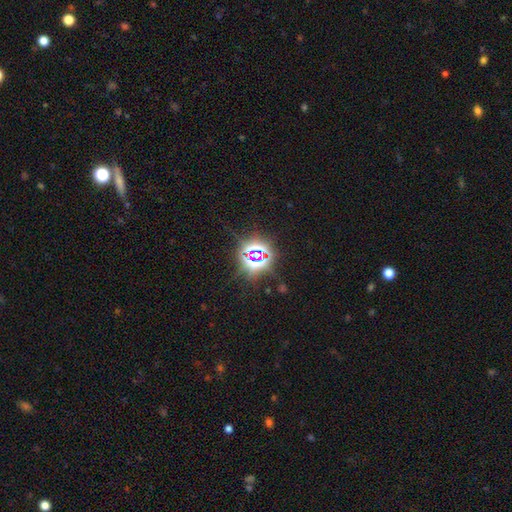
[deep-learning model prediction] Smooth or featured? star or artifact (81%)